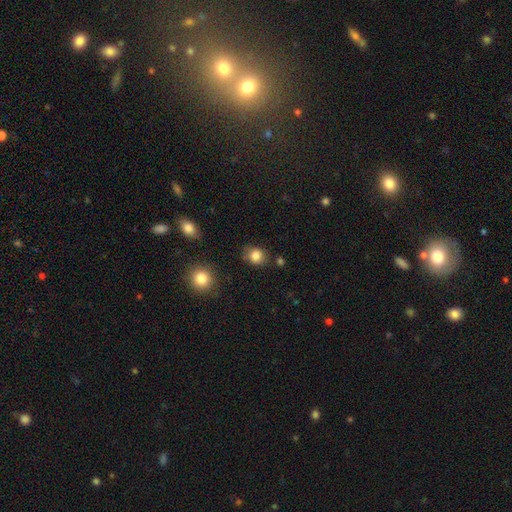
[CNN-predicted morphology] smooth-or-featured: smooth: 84% | star or artifact: 10% | featured or disk: 6%
  how-rounded: round: 62% | in between: 37% | cigar-shaped: 1%
  merging: none: 79% | minor disturbance: 14% | major disturbance: 3% | merger: 3%